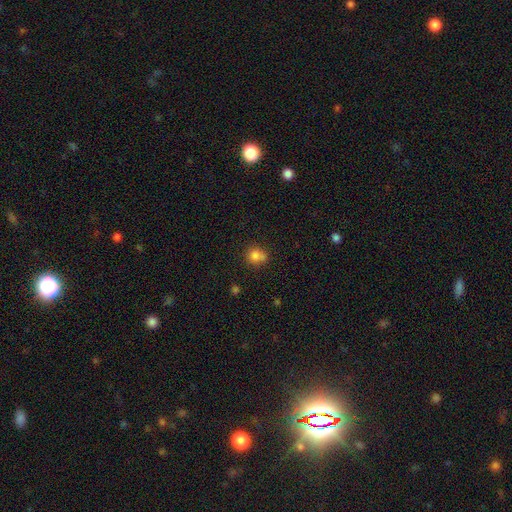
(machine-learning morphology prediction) This appears to be a smooth galaxy with no disk features (79%) that is round (76%). Merging: none (54%).